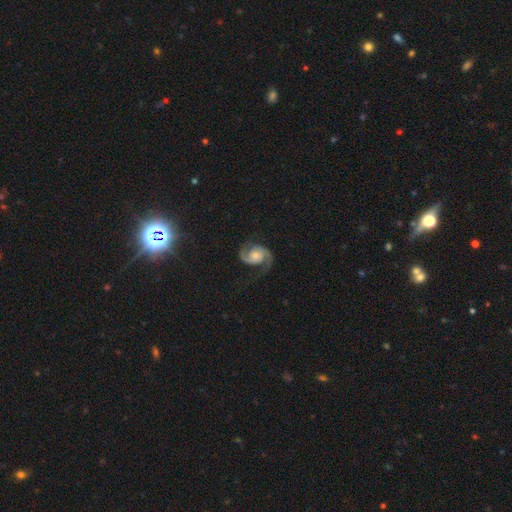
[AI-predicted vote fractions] Smooth or featured?
  - featured or disk: 89% *
  - smooth: 6%
  - star or artifact: 5%
Edge-on disk?
  - no: 98% *
  - yes: 2%
Bar?
  - no: 68% *
  - weak: 26%
  - strong: 6%
Spiral arms?
  - yes: 98% *
  - no: 2%
Spiral winding?
  - medium: 54% *
  - loose: 26%
  - tight: 20%
Spiral arm count?
  - 2: 93% *
  - 1: 2%
  - can't tell: 2%
  - 3: 1%
  - 4: 1%
  - more than 4: 1%
Bulge size?
  - moderate: 46% *
  - small: 37%
  - large: 9%
  - none: 7%
  - dominant: 2%
Merging?
  - none: 74% *
  - minor disturbance: 15%
  - major disturbance: 10%
  - merger: 2%